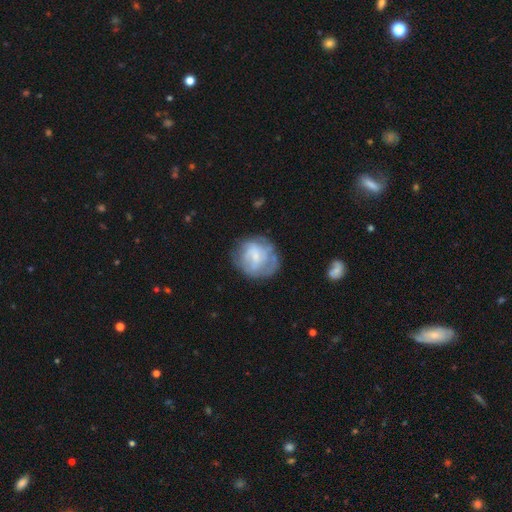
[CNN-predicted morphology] A featured or disk galaxy (53%) with no bar (62%), spiral arms (53%) and a small central bulge (53%).

Vote fractions:
- Smooth or featured? featured or disk: 53% / smooth: 40% / star or artifact: 8%
- Edge-on disk? no: 98% / yes: 2%
- Bar? no: 62% / weak: 32% / strong: 6%
- Spiral arms? yes: 53% / no: 47%
- Bulge size? small: 53% / moderate: 22% / none: 19% / large: 4% / dominant: 1%
- Merging? none: 61% / minor disturbance: 22% / major disturbance: 15% / merger: 3%